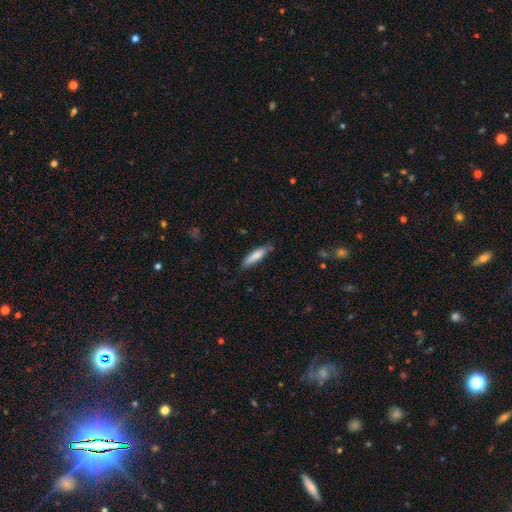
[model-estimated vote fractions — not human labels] Morphology: type=smooth (77%); roundness=cigar-shaped (74%); merging=none (74%).